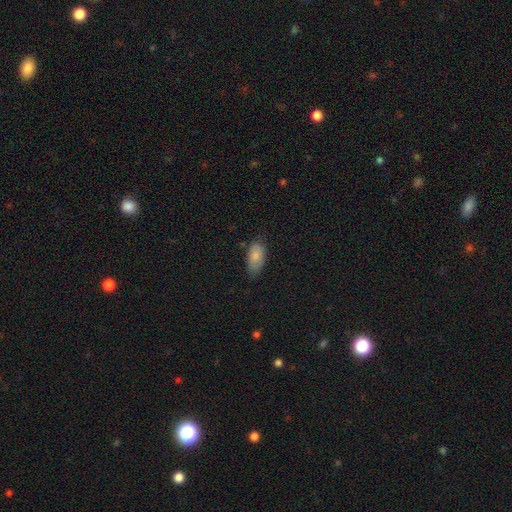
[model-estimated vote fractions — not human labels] Smooth or featured: smooth — 83% (featured or disk — 11%)
How rounded: in between — 91% (cigar-shaped — 7%)
Merging: none — 67% (minor disturbance — 26%)